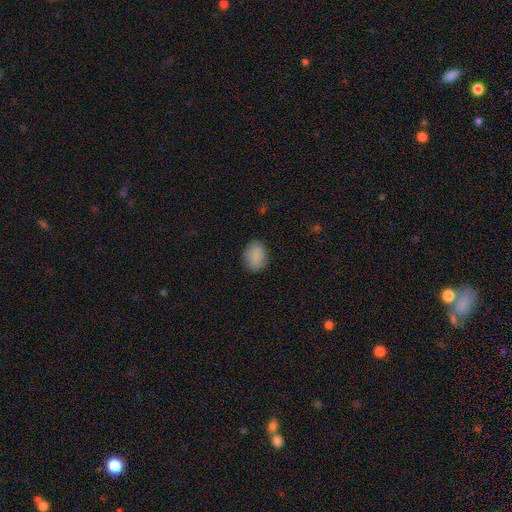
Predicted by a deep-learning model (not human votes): Overall: smooth (87%). How rounded: in between (68%; round 30%). Merging: none (84%).